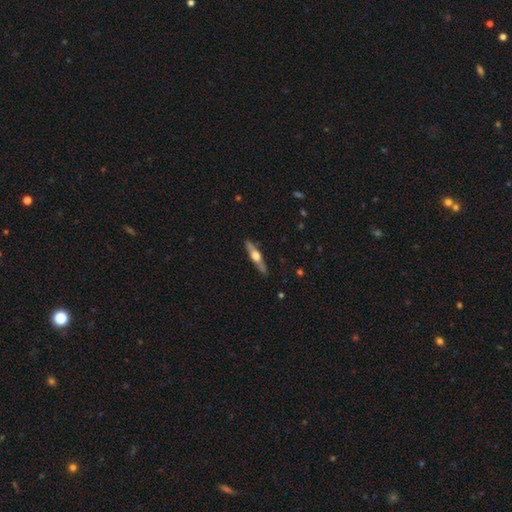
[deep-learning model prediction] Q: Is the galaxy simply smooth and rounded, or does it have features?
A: featured or disk — 60%.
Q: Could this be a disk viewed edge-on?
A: yes — 94%.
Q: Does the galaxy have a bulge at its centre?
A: rounded — 93%.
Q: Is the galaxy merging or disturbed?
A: none — 89%.